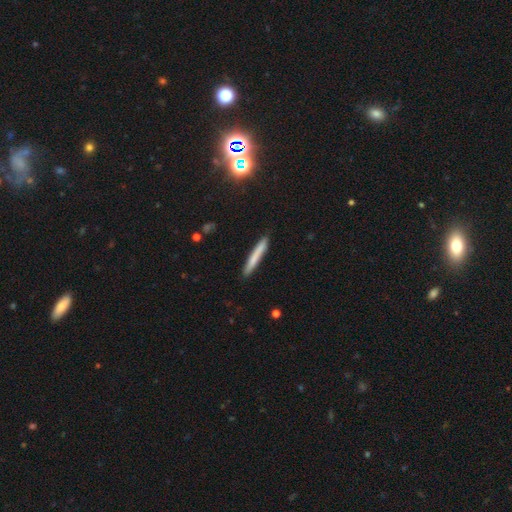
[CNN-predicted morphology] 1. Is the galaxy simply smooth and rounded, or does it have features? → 73% smooth, 21% featured or disk, 7% star or artifact.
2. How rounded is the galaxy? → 96% cigar-shaped, 3% in between, 1% round.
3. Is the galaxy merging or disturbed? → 90% none, 8% minor disturbance, 1% major disturbance, 1% merger.